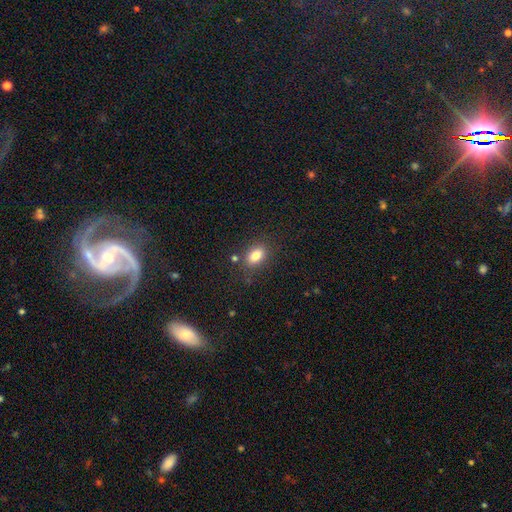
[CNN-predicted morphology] Overall: smooth (82%). How rounded: in between (83%). Merging: none (78%).